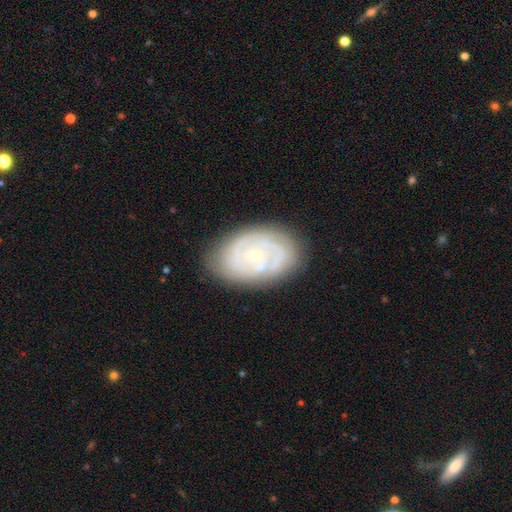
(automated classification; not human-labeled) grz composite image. It shows a featured or disk galaxy (76%) with no bar (74%), tight (72%) spiral arms (87%) and a small central bulge (75%). Merging: none (80%).